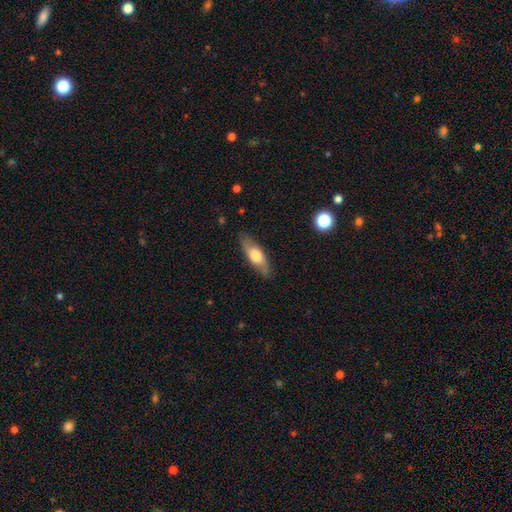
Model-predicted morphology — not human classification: smooth-or-featured: smooth: 56% | featured or disk: 38% | star or artifact: 6%
  how-rounded: in between: 58% | cigar-shaped: 39% | round: 3%
  merging: none: 84% | minor disturbance: 13% | major disturbance: 3% | merger: 1%